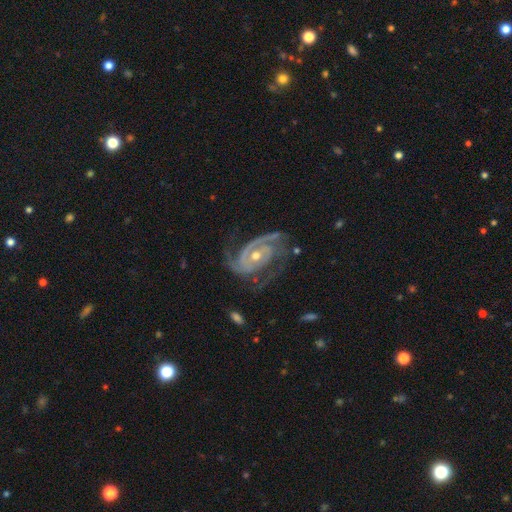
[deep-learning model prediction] Smooth or featured? featured or disk (92%)
Edge-on disk? no (97%)
Bar? no (62%)
Spiral arms? yes (98%)
Spiral winding? tight (51%)
Spiral arm count? 2 (55%)
Bulge size? moderate (58%)
Merging? none (65%)